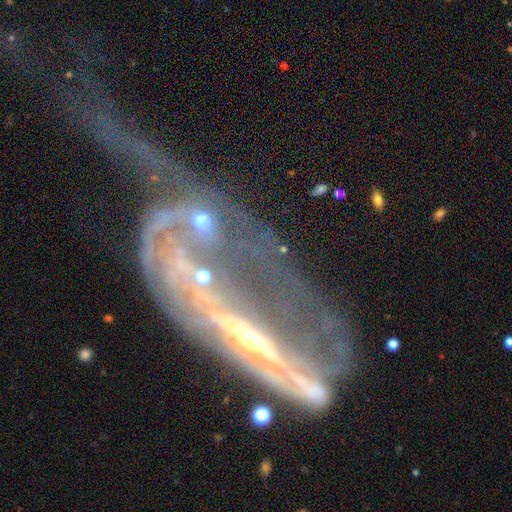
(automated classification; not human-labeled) This is likely a featured or disk galaxy (79%). It is likely not viewed edge-on (75%). Bar: possibly no (51%). Spiral arm pattern: possibly yes (57%). Central bulge: possibly small (47%). Merging: possibly merger (50%).